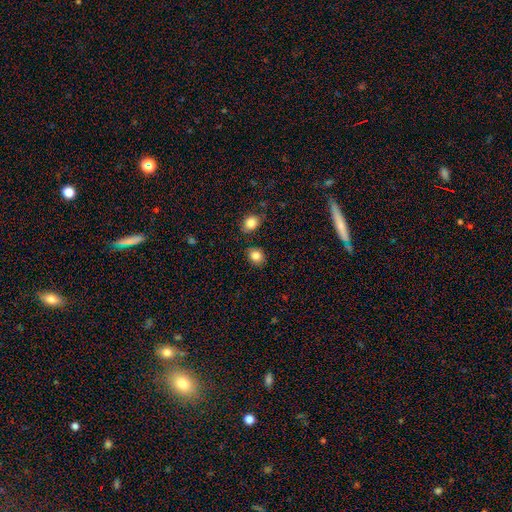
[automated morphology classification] This is clearly a smooth galaxy (85%). How rounded: likely round (61%). Merging: clearly none (81%).